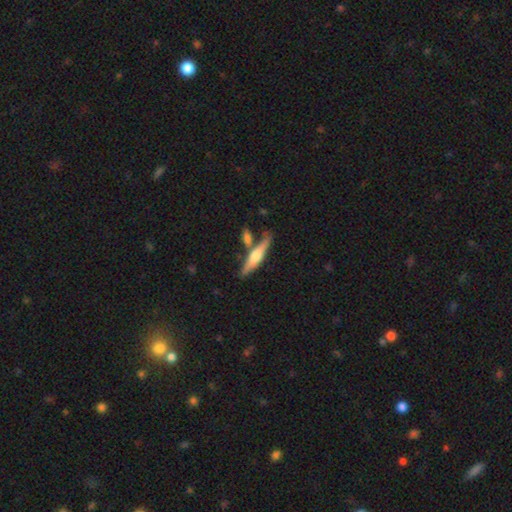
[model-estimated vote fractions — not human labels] smooth_or_featured: featured or disk (p=0.54) [alt: smooth p=0.41]
disk_edge_on: yes (p=0.93) [alt: no p=0.07]
merging: none (p=0.68) [alt: merger p=0.17]